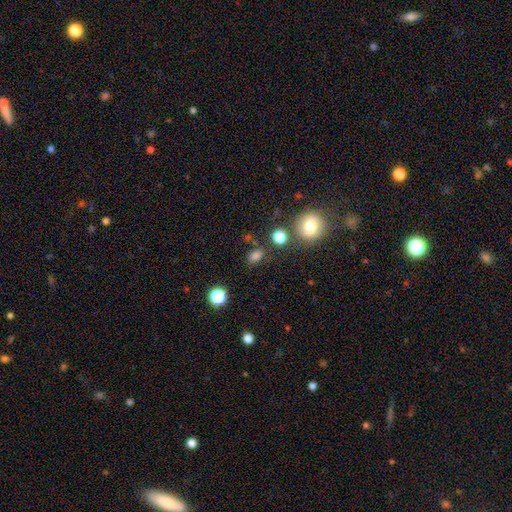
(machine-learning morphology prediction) This is likely a smooth galaxy (78%). How rounded: likely in between (67%). Merging: likely none (75%).